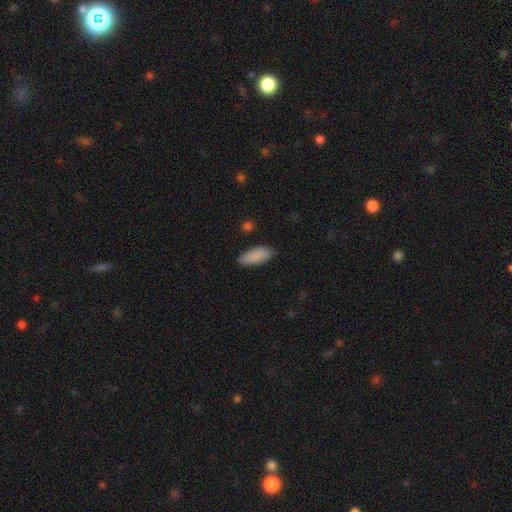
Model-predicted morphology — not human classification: A smooth galaxy with no disk features (89%) that is in between round and cigar-shaped (72%). Merging: none (83%).